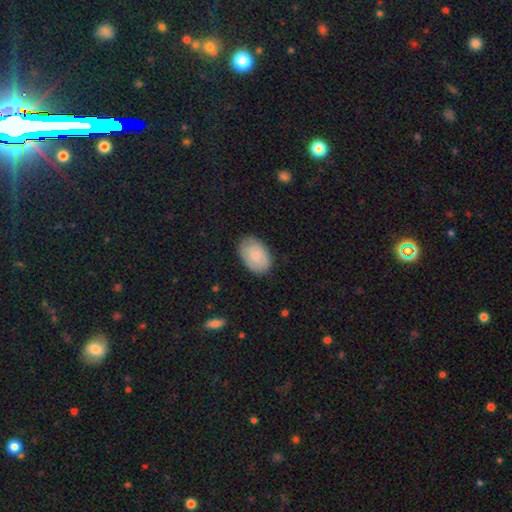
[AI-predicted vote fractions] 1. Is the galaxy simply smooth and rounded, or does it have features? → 82% smooth, 12% featured or disk, 6% star or artifact.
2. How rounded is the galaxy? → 89% in between, 10% round, 1% cigar-shaped.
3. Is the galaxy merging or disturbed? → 83% none, 13% minor disturbance, 3% major disturbance, 1% merger.